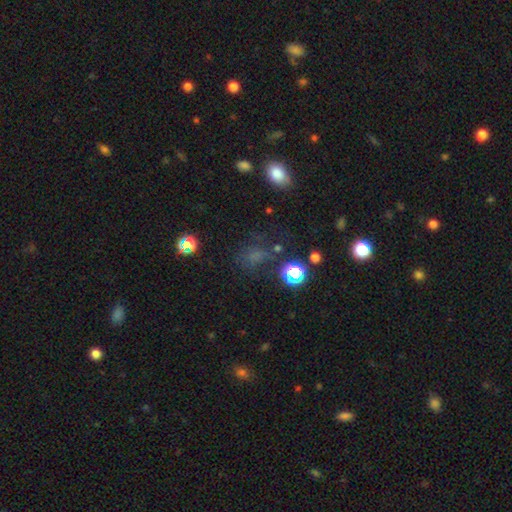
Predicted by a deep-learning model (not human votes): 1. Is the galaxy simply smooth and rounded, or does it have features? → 51% smooth, 37% star or artifact, 12% featured or disk.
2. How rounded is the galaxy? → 55% round, 43% in between, 3% cigar-shaped.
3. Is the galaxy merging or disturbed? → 61% none, 19% minor disturbance, 15% major disturbance, 6% merger.